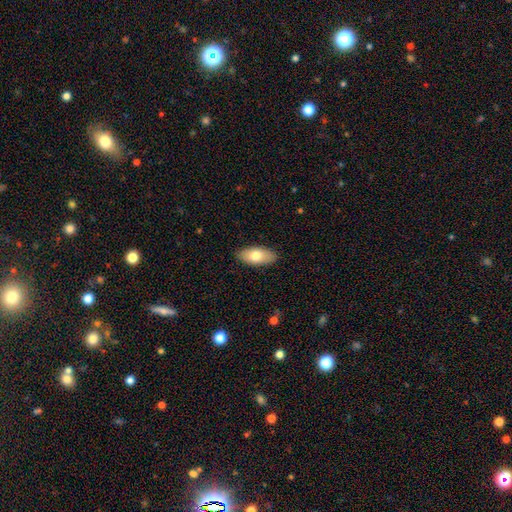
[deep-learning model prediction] Q: Smooth or featured?
A: smooth (75%); runner-up: featured or disk (19%)
Q: How rounded?
A: in between (91%); runner-up: cigar-shaped (6%)
Q: Merging?
A: none (88%); runner-up: minor disturbance (9%)